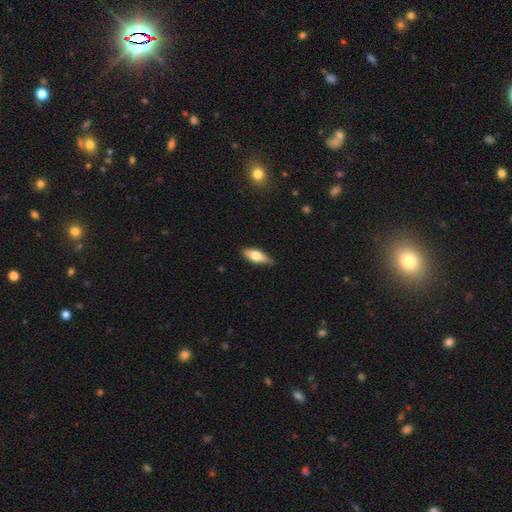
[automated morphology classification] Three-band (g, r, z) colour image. It shows a smooth galaxy with no disk features (62%) that is in between round and cigar-shaped (65%). Merging: none (81%).